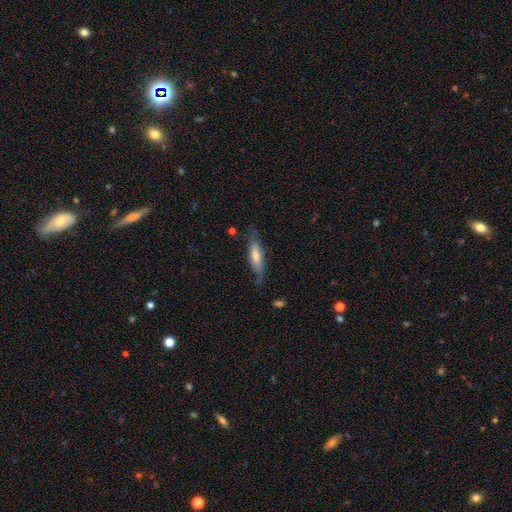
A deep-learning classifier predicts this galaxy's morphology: smooth_or_featured: smooth (p=0.56) [alt: featured or disk p=0.37]
how_rounded: cigar-shaped (p=0.61) [alt: in between p=0.38]
merging: none (p=0.67) [alt: minor disturbance p=0.23]